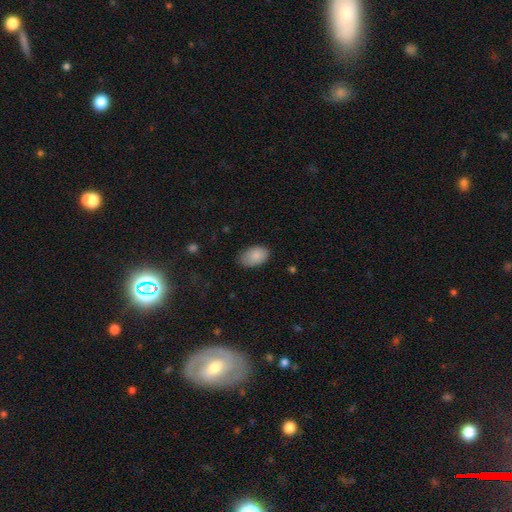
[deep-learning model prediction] smooth_or_featured: smooth (p=0.87) [alt: star or artifact p=0.07]
how_rounded: in between (p=0.90) [alt: round p=0.09]
merging: none (p=0.74) [alt: minor disturbance p=0.21]